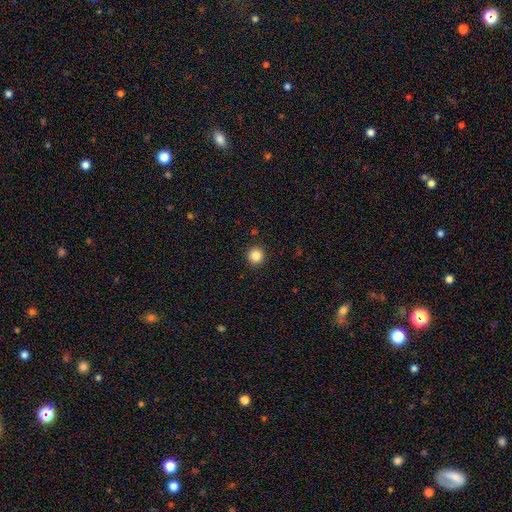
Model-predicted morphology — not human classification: The model was most divided on "smooth or featured": smooth: 85%, star or artifact: 11%, featured or disk: 4%. More confident: how rounded — round (95%); merging — none (93%).